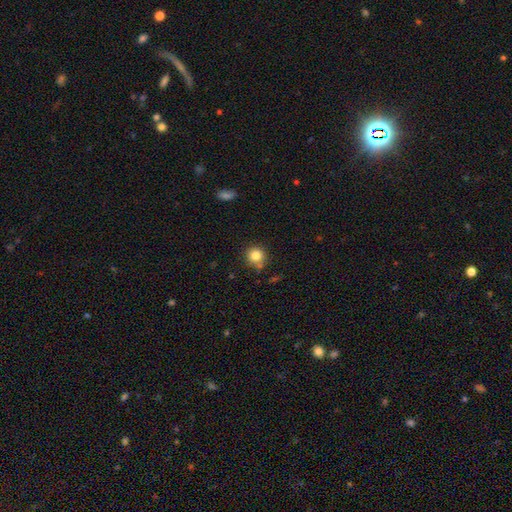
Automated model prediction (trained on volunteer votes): A smooth galaxy with no disk features (83%) that is round (91%).

Vote fractions:
- Smooth or featured? smooth: 83% / star or artifact: 10% / featured or disk: 6%
- How rounded? round: 91% / in between: 8% / cigar-shaped: 1%
- Merging? none: 78% / minor disturbance: 13% / merger: 6% / major disturbance: 3%